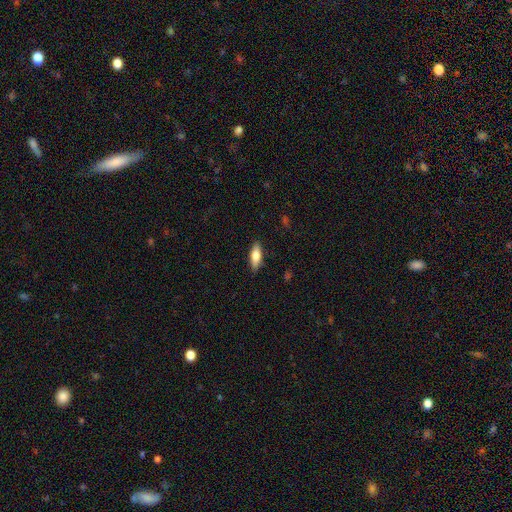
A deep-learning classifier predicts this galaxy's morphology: smooth_or_featured: smooth (p=0.74) [alt: featured or disk p=0.20]
how_rounded: in between (p=0.64) [alt: cigar-shaped p=0.33]
merging: none (p=0.87) [alt: minor disturbance p=0.09]